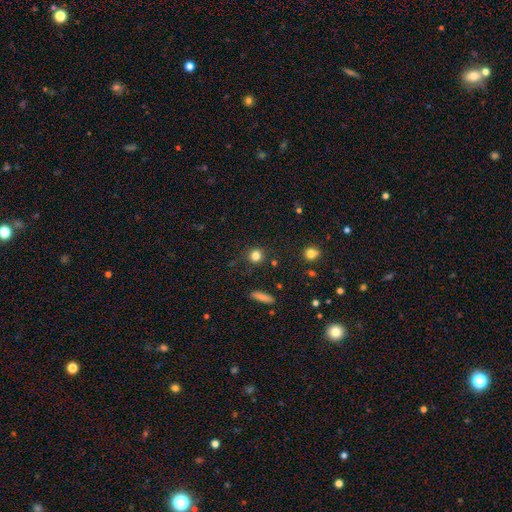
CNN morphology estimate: This is clearly a smooth galaxy (82%). How rounded: clearly round (91%). Merging: clearly none (87%).